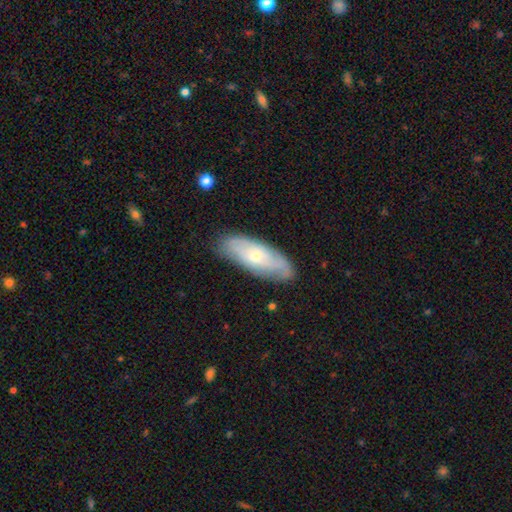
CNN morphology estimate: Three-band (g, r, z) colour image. It shows a featured or disk galaxy (52%). Merging: none (79%).